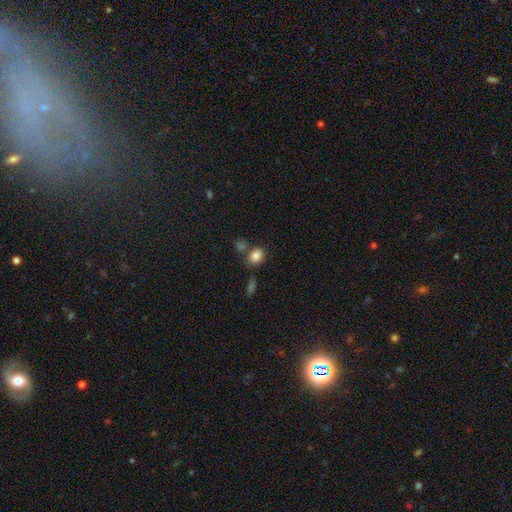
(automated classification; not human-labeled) smooth-or-featured: smooth: 84% | star or artifact: 10% | featured or disk: 6%
  how-rounded: in between: 59% | round: 40% | cigar-shaped: 1%
  merging: none: 64% | merger: 18% | minor disturbance: 13% | major disturbance: 5%